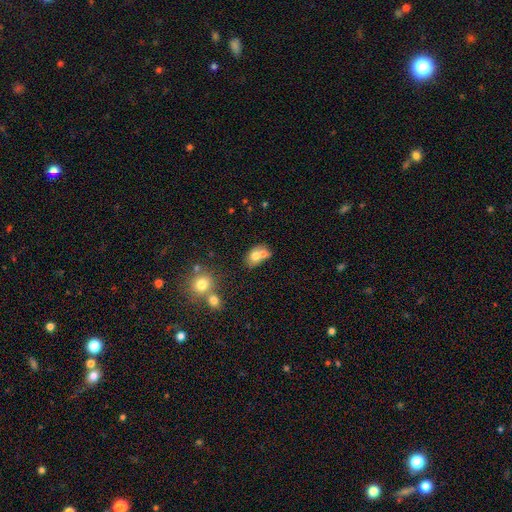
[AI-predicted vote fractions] Morphology: type=smooth (71%); roundness=in between (59%); merging=merger (57%).